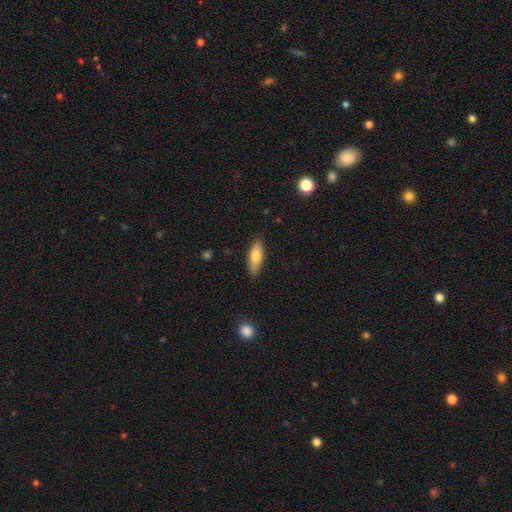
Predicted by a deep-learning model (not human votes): Smooth or featured?
  - smooth: 77% *
  - featured or disk: 17%
  - star or artifact: 6%
How rounded?
  - in between: 62% *
  - cigar-shaped: 35%
  - round: 2%
Merging?
  - none: 87% *
  - minor disturbance: 10%
  - major disturbance: 2%
  - merger: 1%